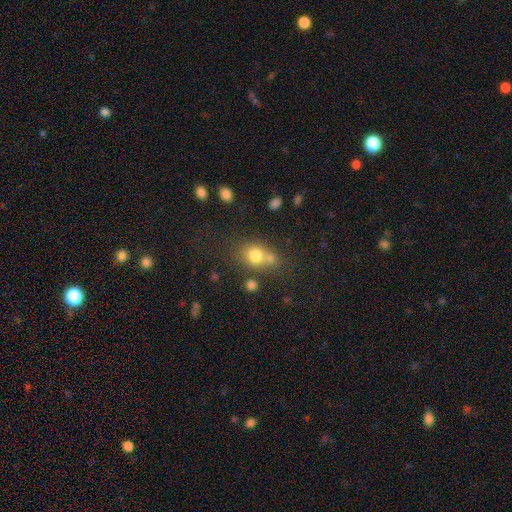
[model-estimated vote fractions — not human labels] Q: Smooth or featured?
A: smooth (75%); runner-up: star or artifact (13%)
Q: How rounded?
A: round (60%); runner-up: in between (38%)
Q: Merging?
A: none (44%); runner-up: merger (38%)